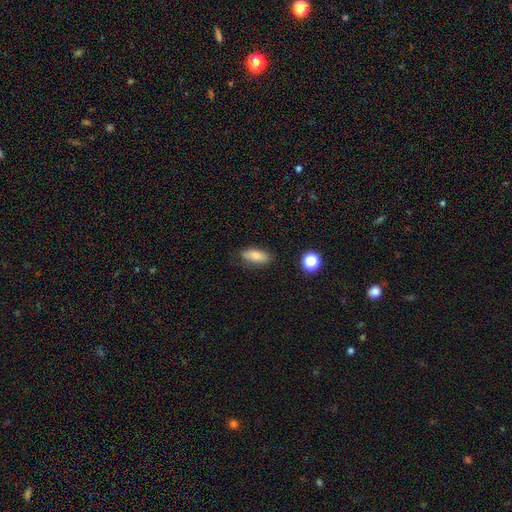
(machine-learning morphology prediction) A smooth galaxy with no disk features (84%) that is in between round and cigar-shaped (80%). Merging: none (82%).